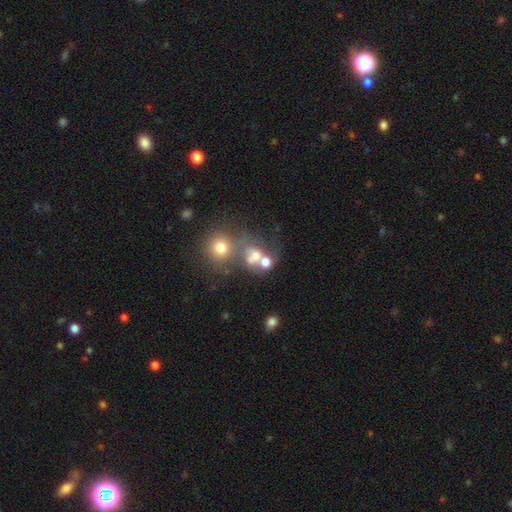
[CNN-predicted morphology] Q: Smooth or featured?
A: smooth (56%); runner-up: featured or disk (26%)
Q: How rounded?
A: round (67%); runner-up: in between (32%)
Q: Merging?
A: merger (52%); runner-up: none (28%)